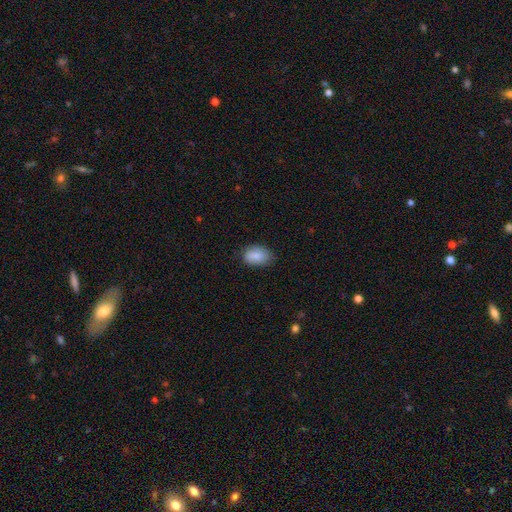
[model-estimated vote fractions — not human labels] smooth 86%, featured or disk 7%, star or artifact 7%. Down the decision tree: how rounded — in between (85%); merging — none (74%).